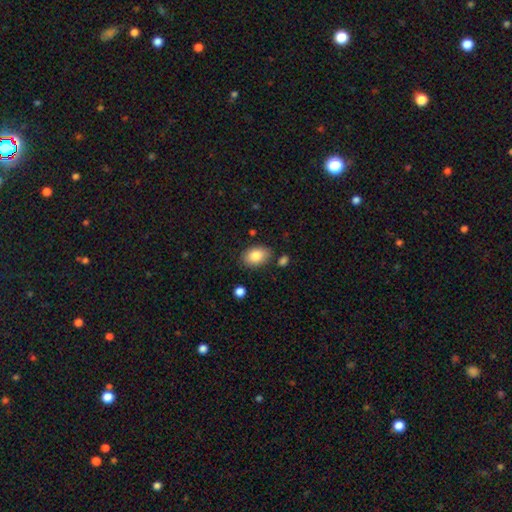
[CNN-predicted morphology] Smooth or featured? smooth (85%)
How rounded? in between (86%)
Merging? none (81%)